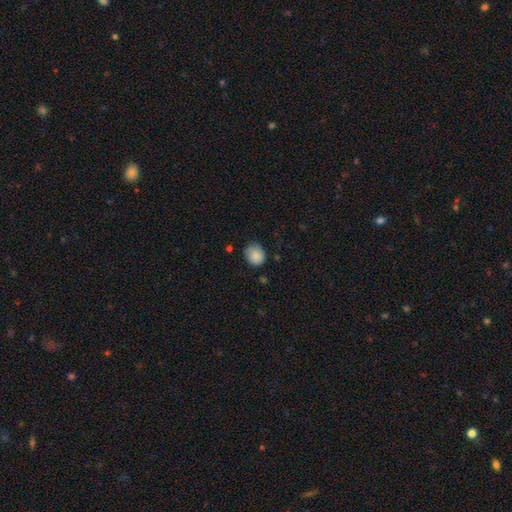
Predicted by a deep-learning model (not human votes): smooth 86%, star or artifact 8%, featured or disk 6%. Down the decision tree: how rounded — round (66%); merging — none (68%).